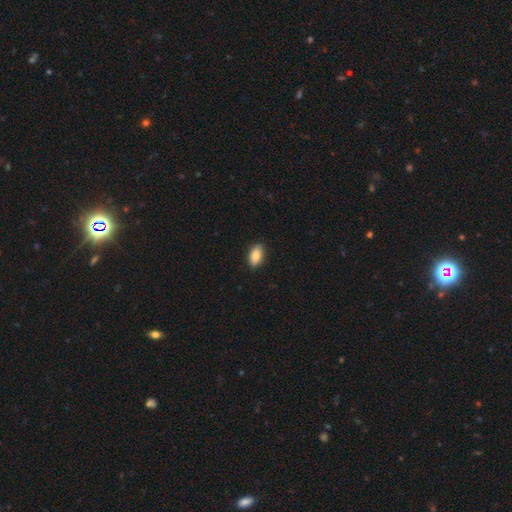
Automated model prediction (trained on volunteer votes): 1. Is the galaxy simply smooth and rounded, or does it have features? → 85% smooth, 8% featured or disk, 7% star or artifact.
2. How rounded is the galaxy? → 91% in between, 4% cigar-shaped, 4% round.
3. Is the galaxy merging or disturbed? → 88% none, 9% minor disturbance, 2% major disturbance, 1% merger.